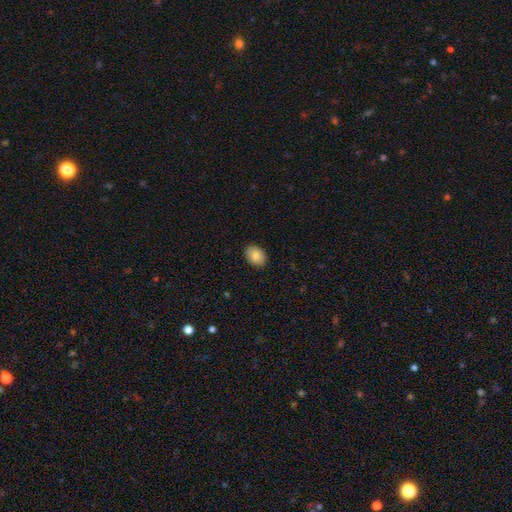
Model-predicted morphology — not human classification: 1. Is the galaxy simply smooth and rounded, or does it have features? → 83% smooth, 10% featured or disk, 7% star or artifact.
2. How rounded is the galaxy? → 80% in between, 19% round, 1% cigar-shaped.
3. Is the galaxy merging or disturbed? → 89% none, 8% minor disturbance, 2% major disturbance, 1% merger.